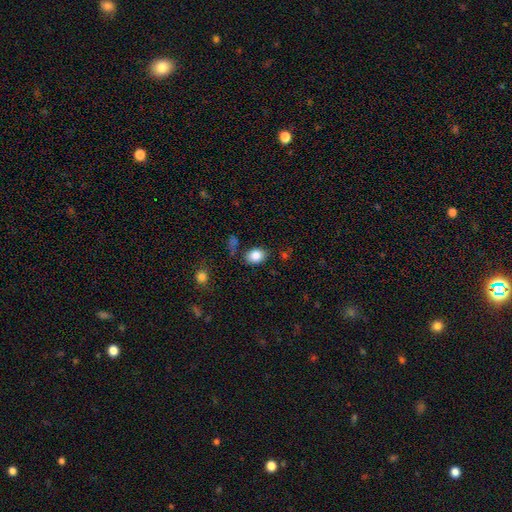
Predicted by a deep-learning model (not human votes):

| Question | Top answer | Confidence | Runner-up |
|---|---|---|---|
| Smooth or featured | smooth | 85% | star or artifact (9%) |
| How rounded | in between | 72% | round (27%) |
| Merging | none | 80% | minor disturbance (13%) |